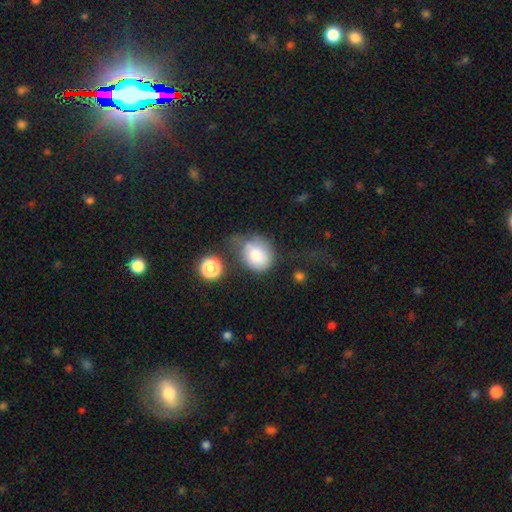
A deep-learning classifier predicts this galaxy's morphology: The model was most divided on "merging": none: 34%, minor disturbance: 29%, major disturbance: 25%, merger: 12%. More confident: smooth or featured — smooth (75%); how rounded — round (63%).